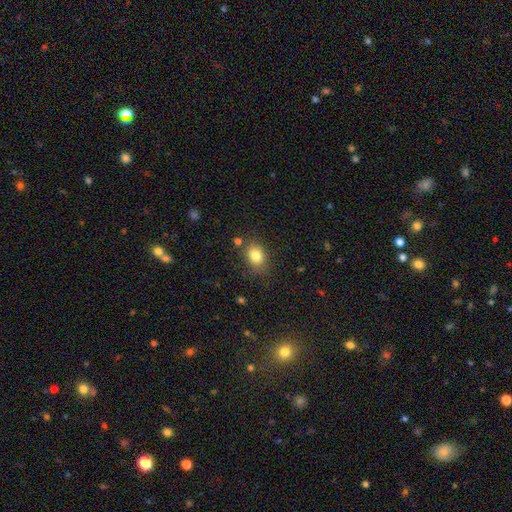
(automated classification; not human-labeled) smooth 82%, star or artifact 10%, featured or disk 8%. Down the decision tree: how rounded — in between (63%); merging — none (79%).